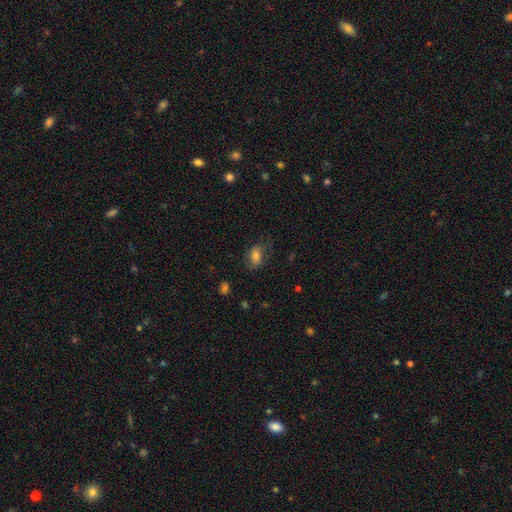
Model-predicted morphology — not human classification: smooth-or-featured: smooth: 74% | featured or disk: 15% | star or artifact: 10%
  how-rounded: in between: 81% | round: 16% | cigar-shaped: 2%
  merging: none: 66% | minor disturbance: 22% | major disturbance: 11% | merger: 1%